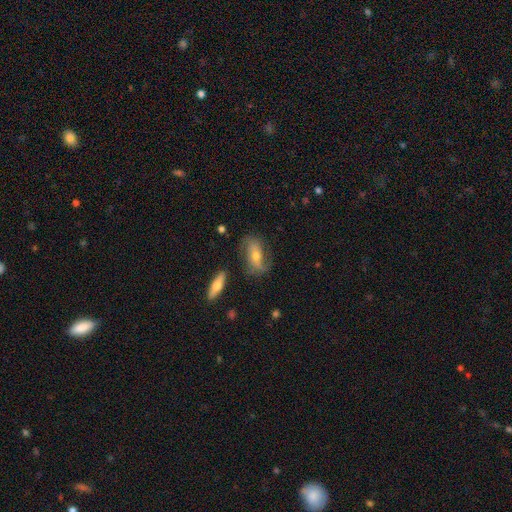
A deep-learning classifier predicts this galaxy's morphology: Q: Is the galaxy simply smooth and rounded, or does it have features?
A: featured or disk — 63%.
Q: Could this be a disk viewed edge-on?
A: no — 84%.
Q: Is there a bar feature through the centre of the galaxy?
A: no — 47%.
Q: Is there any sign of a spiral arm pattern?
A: yes — 83%.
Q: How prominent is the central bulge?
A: moderate — 52%.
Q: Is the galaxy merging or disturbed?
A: none — 64%.